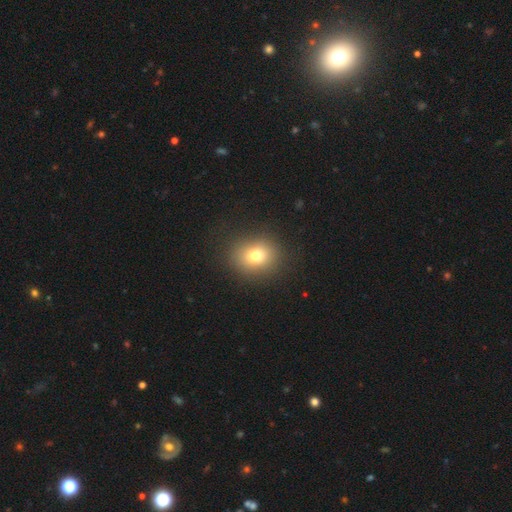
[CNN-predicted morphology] A smooth galaxy with no disk features (76%) that is round (68%).

Vote fractions:
- Smooth or featured? smooth: 76% / star or artifact: 14% / featured or disk: 10%
- How rounded? round: 68% / in between: 31% / cigar-shaped: 1%
- Merging? none: 87% / minor disturbance: 8% / major disturbance: 4% / merger: 1%